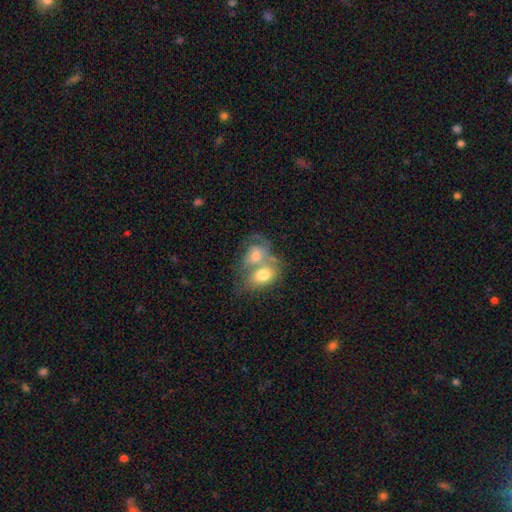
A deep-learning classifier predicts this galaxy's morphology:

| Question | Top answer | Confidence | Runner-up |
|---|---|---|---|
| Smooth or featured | smooth | 56% | featured or disk (37%) |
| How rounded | in between | 69% | round (30%) |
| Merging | merger | 74% | none (13%) |